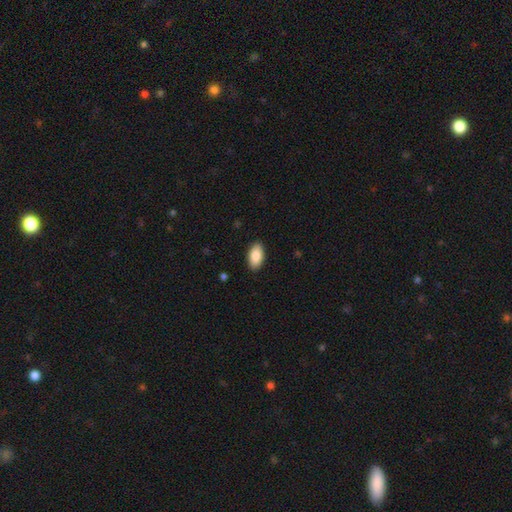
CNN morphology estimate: Smooth or featured: smooth — 88% (star or artifact — 6%)
How rounded: in between — 94% (cigar-shaped — 3%)
Merging: none — 90% (minor disturbance — 8%)